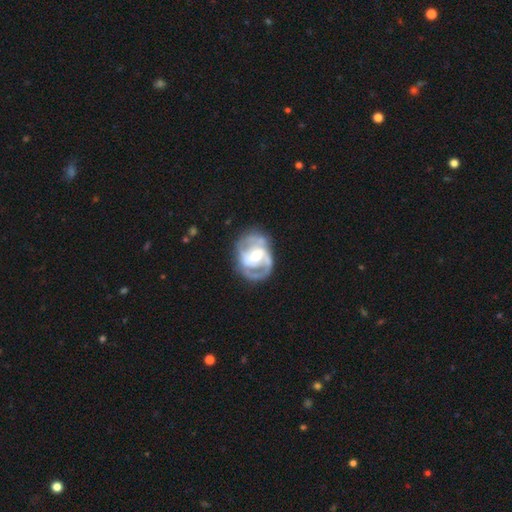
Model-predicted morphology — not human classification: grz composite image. It shows a featured or disk galaxy (84%) with a weak bar (42%), 2 (64%) medium (46%) spiral arms (89%) and a moderate central bulge (63%). Merging: none (65%).